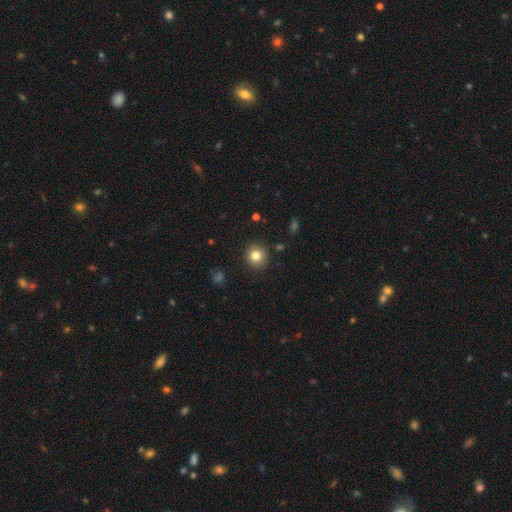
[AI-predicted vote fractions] Morphology: type=smooth (82%); roundness=round (89%); merging=none (89%).